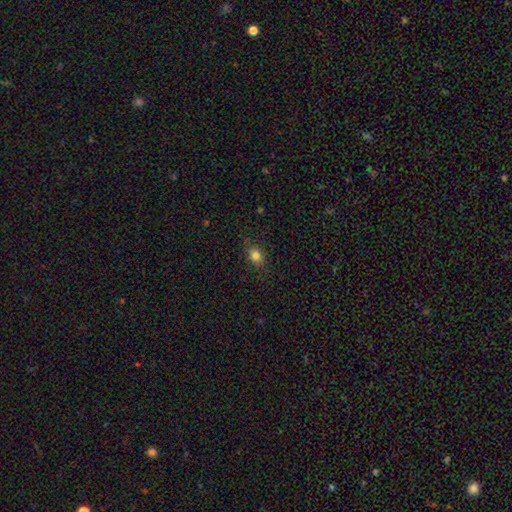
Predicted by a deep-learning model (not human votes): This appears to be a smooth galaxy with no disk features (81%) that is in between round and cigar-shaped (58%). Merging: none (84%).